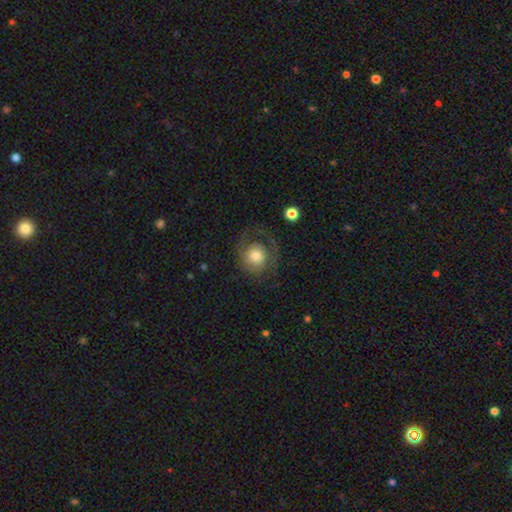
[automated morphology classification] smooth-or-featured: smooth: 48% | featured or disk: 44% | star or artifact: 8%
  merging: none: 53% | major disturbance: 26% | minor disturbance: 19% | merger: 2%